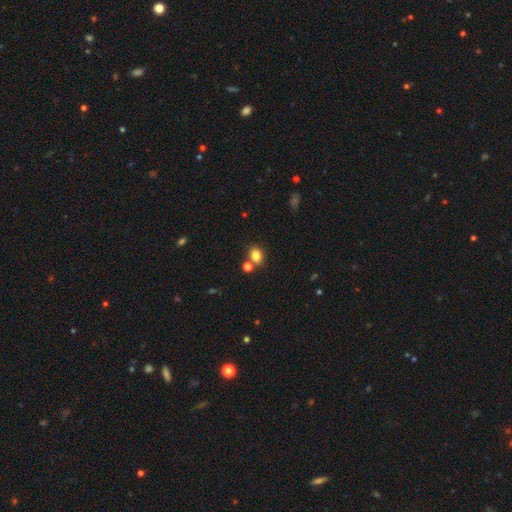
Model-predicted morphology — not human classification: type=smooth (82%); roundness=in between (50%); merging=none (66%).